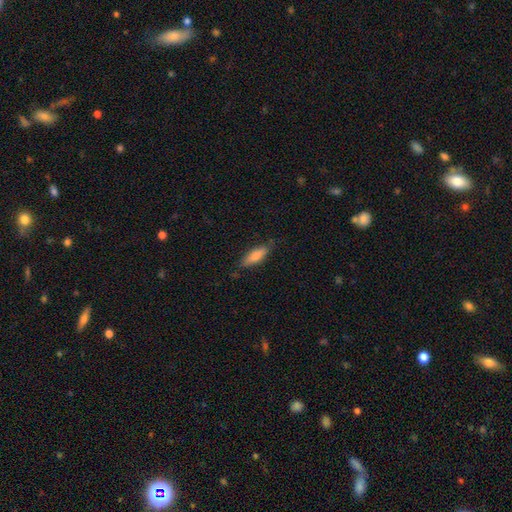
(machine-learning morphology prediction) smooth-or-featured: smooth: 78% | featured or disk: 16% | star or artifact: 6%
  how-rounded: cigar-shaped: 51% | in between: 47% | round: 2%
  merging: none: 78% | minor disturbance: 17% | major disturbance: 3% | merger: 2%